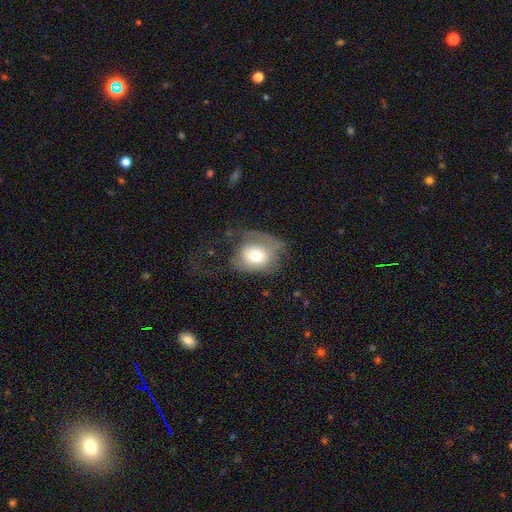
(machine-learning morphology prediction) Overall: smooth (63%; featured or disk 28%). How rounded: round (53%; in between 46%). Merging: major disturbance (38%; none 33%).